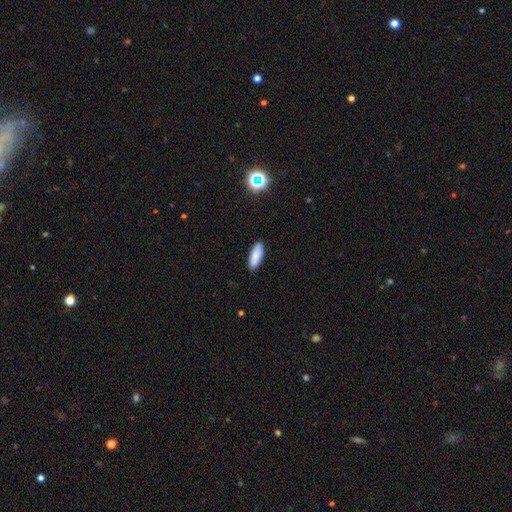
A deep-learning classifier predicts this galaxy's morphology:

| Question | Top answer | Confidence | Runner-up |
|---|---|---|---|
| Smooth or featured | smooth | 87% | star or artifact (7%) |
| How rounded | in between | 68% | cigar-shaped (30%) |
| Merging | none | 89% | minor disturbance (8%) |